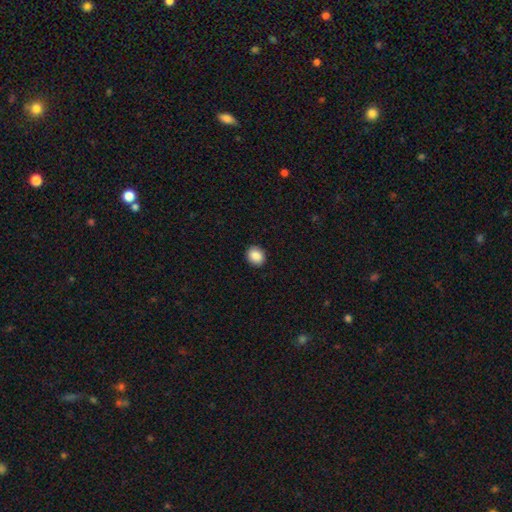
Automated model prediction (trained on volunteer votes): The model was most divided on "how rounded": round: 72%, in between: 27%, cigar-shaped: 1%. More confident: merging — none (91%); smooth or featured — smooth (88%).